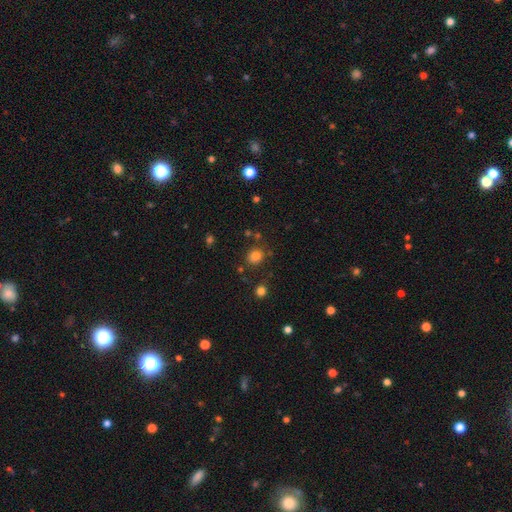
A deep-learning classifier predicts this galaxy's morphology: Smooth or featured? smooth (79%)
How rounded? round (68%)
Merging? none (77%)